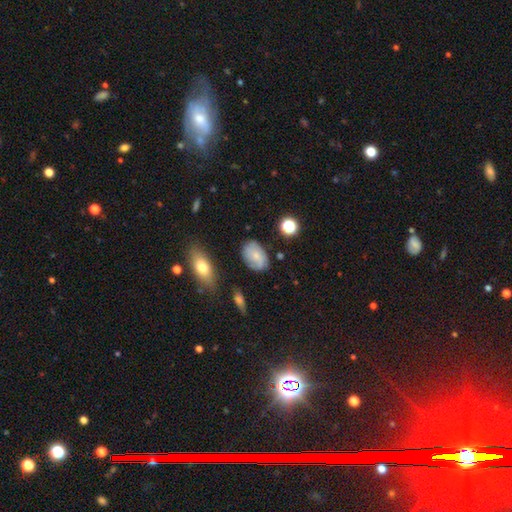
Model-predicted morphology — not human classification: Smooth or featured: smooth — 61% (featured or disk — 30%)
How rounded: in between — 84% (round — 15%)
Merging: none — 71% (minor disturbance — 20%)